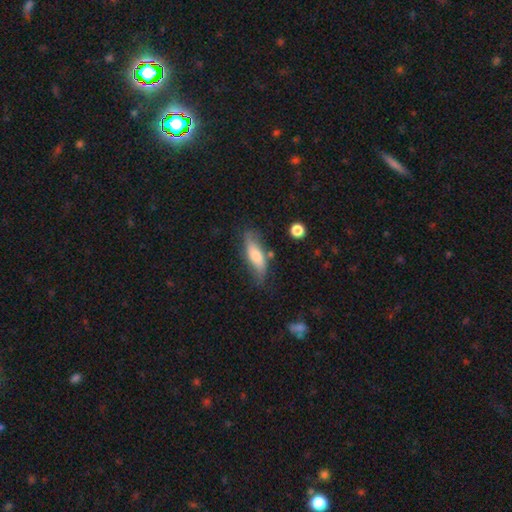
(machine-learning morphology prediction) Smooth or featured? Predicted: smooth (p=0.57). How rounded? Predicted: in between (p=0.53). Merging? Predicted: none (p=0.63).